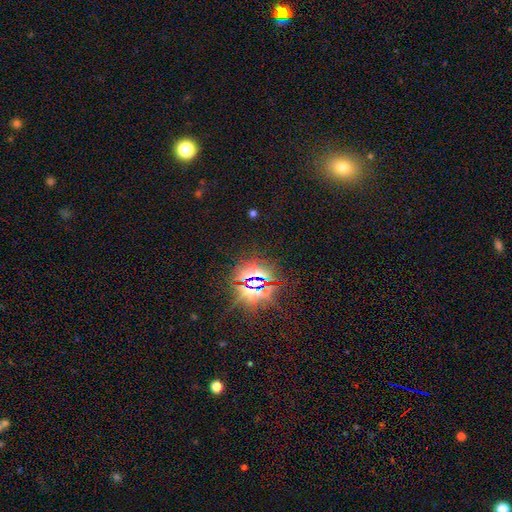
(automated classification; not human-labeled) Smooth or featured? Predicted: star or artifact (p=0.70).